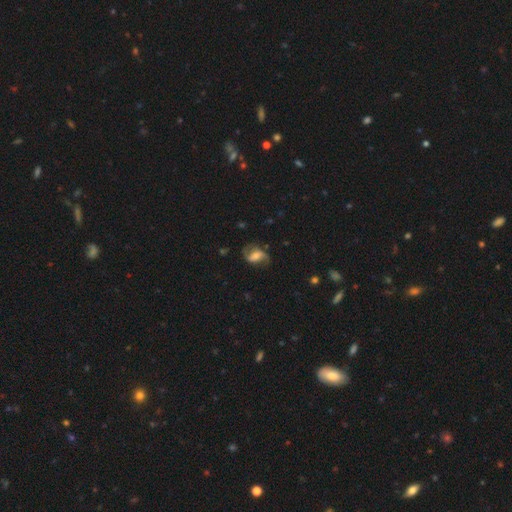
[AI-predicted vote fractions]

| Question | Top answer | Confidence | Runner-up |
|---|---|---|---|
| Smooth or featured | featured or disk | 69% | smooth (24%) |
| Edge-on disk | no | 96% | yes (4%) |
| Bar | weak | 43% | no (30%) |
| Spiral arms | yes | 89% | no (11%) |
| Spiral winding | loose | 53% | medium (35%) |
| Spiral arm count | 2 | 86% | can't tell (5%) |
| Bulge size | moderate | 44% | small (34%) |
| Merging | none | 65% | minor disturbance (21%) |